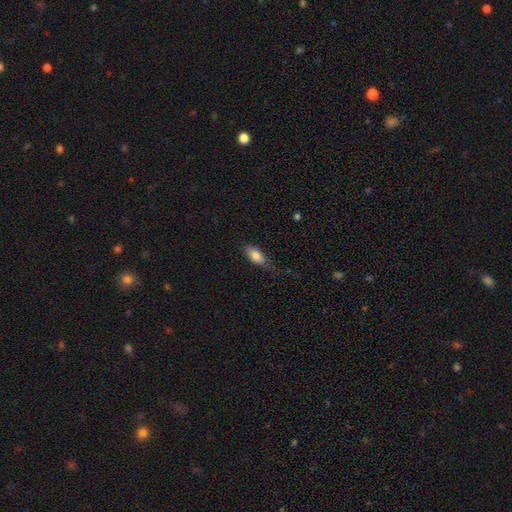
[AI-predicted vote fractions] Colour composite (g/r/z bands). It shows a smooth galaxy with no disk features (81%) that is in between round and cigar-shaped (81%). Merging: none (62%).